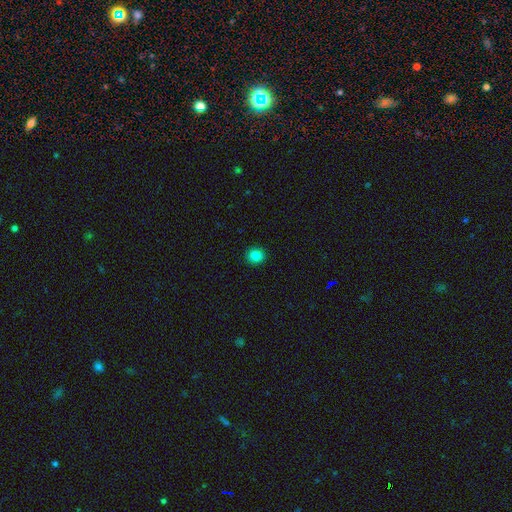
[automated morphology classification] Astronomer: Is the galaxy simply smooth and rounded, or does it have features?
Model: smooth — 84%.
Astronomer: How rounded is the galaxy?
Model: round — 88%.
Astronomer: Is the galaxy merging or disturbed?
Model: none — 93%.